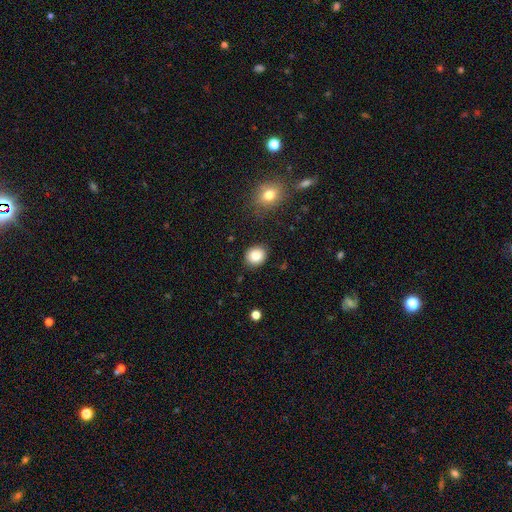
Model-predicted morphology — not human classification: The model was most divided on "how rounded": round: 77%, in between: 22%, cigar-shaped: 1%. More confident: merging — none (87%); smooth or featured — smooth (86%).